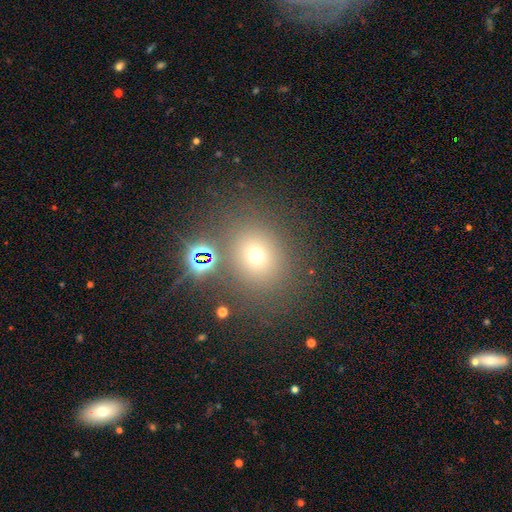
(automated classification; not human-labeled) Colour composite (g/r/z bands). It shows a smooth galaxy with no disk features (63%) that is round (71%). Merging: none (79%).